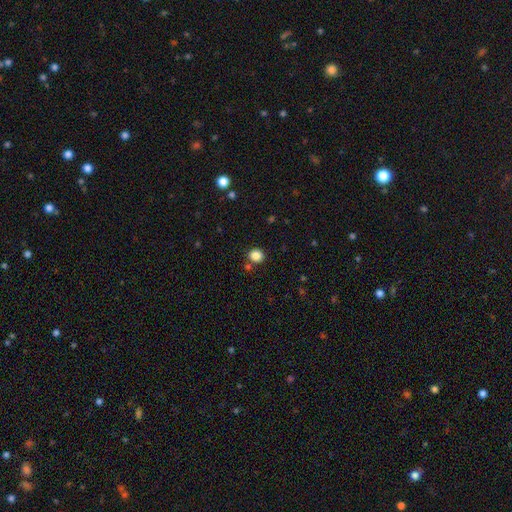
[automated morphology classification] Smooth or featured? Predicted: smooth (p=0.85). How rounded? Predicted: round (p=0.80). Merging? Predicted: none (p=0.82).